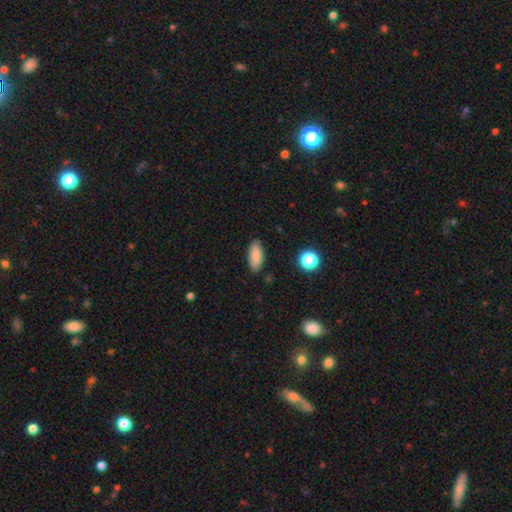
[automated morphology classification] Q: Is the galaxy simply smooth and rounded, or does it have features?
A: smooth — 84%.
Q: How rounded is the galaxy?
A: in between — 88%.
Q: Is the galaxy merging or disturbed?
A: none — 86%.